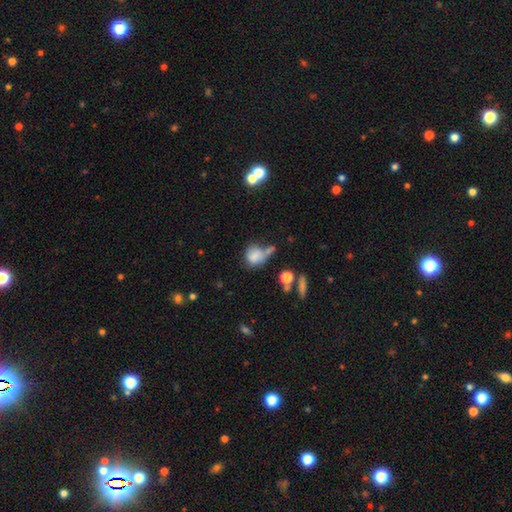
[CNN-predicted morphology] A smooth galaxy with no disk features (78%) that is round (62%).

Vote fractions:
- Smooth or featured? smooth: 78% / featured or disk: 11% / star or artifact: 11%
- How rounded? round: 62% / in between: 37% / cigar-shaped: 2%
- Merging? none: 38% / merger: 26% / minor disturbance: 23% / major disturbance: 14%